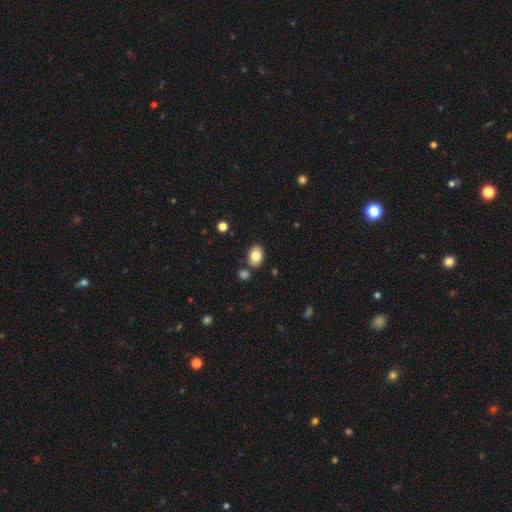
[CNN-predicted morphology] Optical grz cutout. It shows a smooth galaxy with no disk features (83%) that is in between round and cigar-shaped (78%). Merging: none (78%).